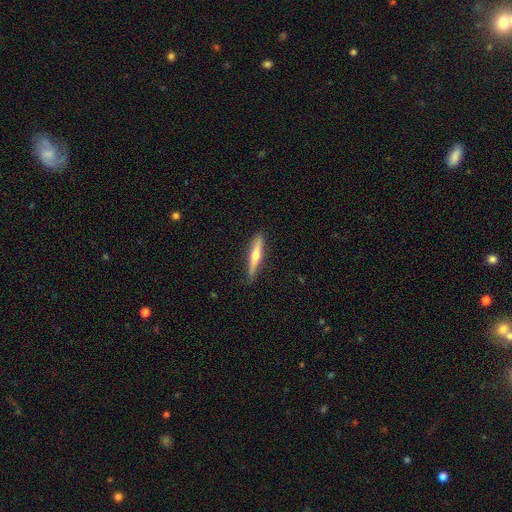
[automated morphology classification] featured or disk 54%, smooth 40%, star or artifact 5%. Down the decision tree: edge-on disk — yes (96%); edge-on bulge — rounded (89%); merging — none (87%).